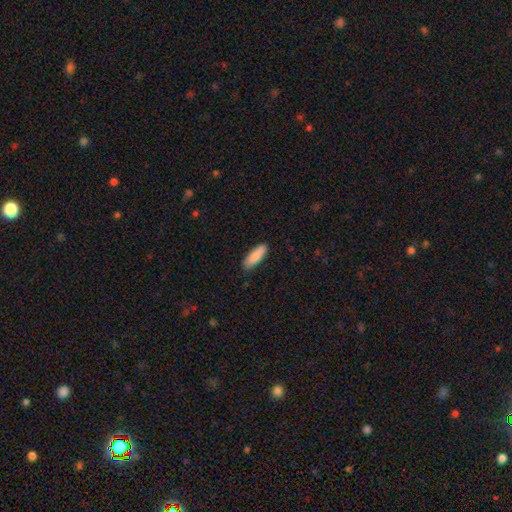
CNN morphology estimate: smooth-or-featured: smooth: 86% | featured or disk: 8% | star or artifact: 6%
  how-rounded: cigar-shaped: 51% | in between: 48% | round: 2%
  merging: none: 87% | minor disturbance: 10% | major disturbance: 2% | merger: 1%